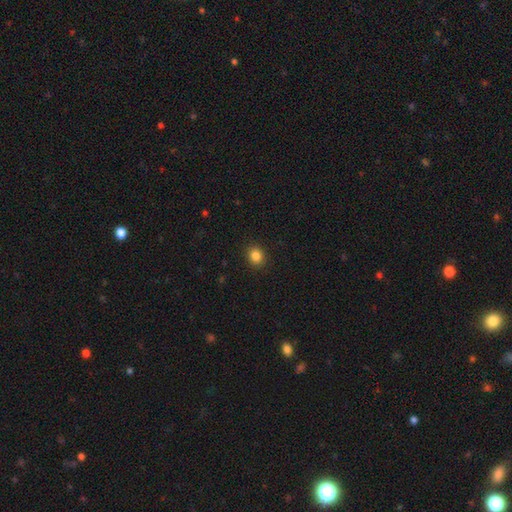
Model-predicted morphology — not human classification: Smooth or featured? Predicted: smooth (p=0.85). How rounded? Predicted: round (p=0.71). Merging? Predicted: none (p=0.91).